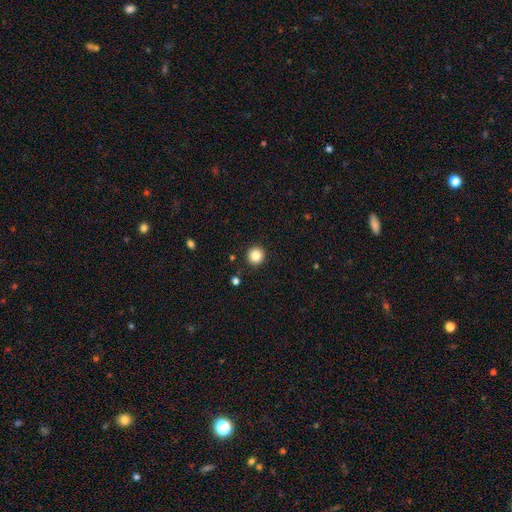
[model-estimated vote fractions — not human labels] Overall: smooth (85%). How rounded: round (95%). Merging: none (92%).